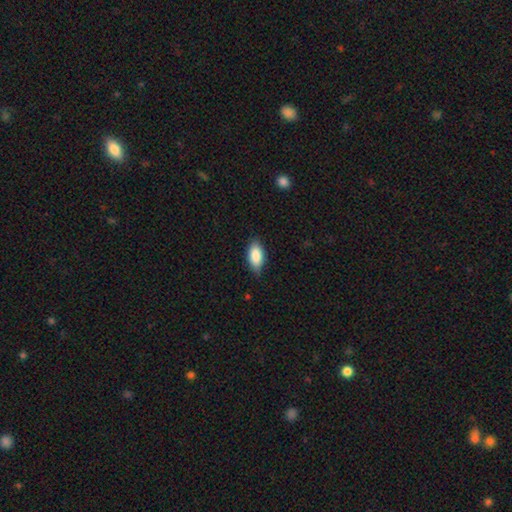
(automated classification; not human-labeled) Q: Smooth or featured?
A: smooth (86%); runner-up: featured or disk (8%)
Q: How rounded?
A: in between (91%); runner-up: cigar-shaped (6%)
Q: Merging?
A: none (75%); runner-up: minor disturbance (21%)